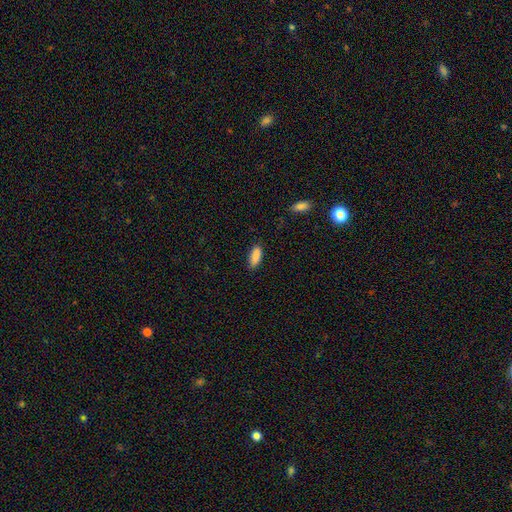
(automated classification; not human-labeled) This is clearly a smooth galaxy (89%). How rounded: likely in between (76%). Merging: clearly none (82%).